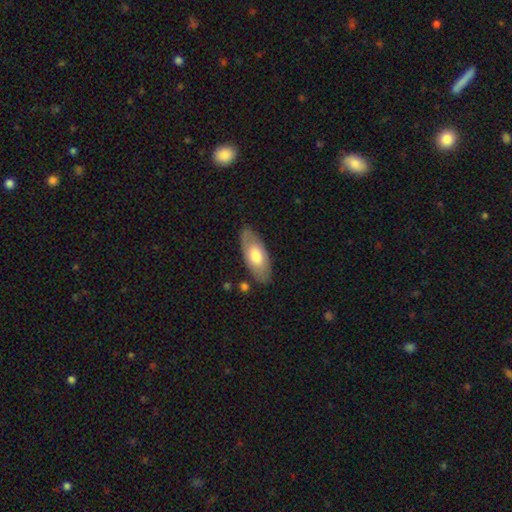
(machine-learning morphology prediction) This appears to be a smooth galaxy with no disk features (65%) that is in between round and cigar-shaped (87%). Merging: none (80%).